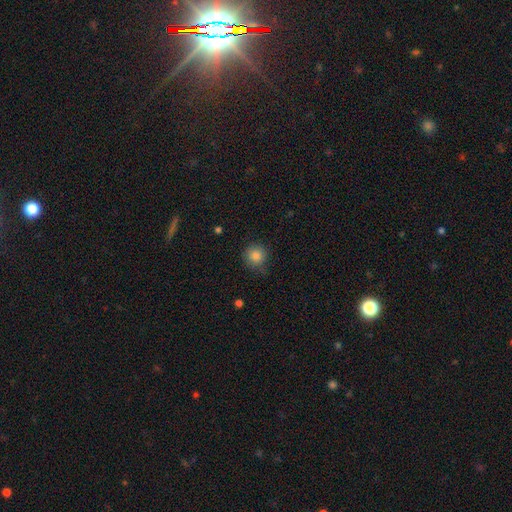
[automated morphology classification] type=smooth (85%); roundness=round (93%); merging=none (77%).